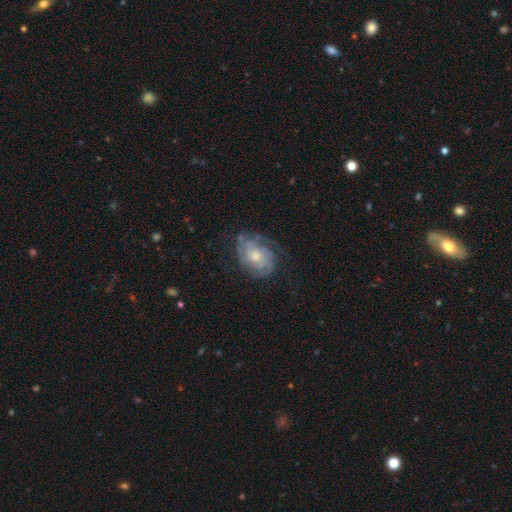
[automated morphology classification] A featured or disk galaxy (73%) with no bar (76%), tight (58%) spiral arms (89%) and a moderate central bulge (56%). Merging: none (66%).